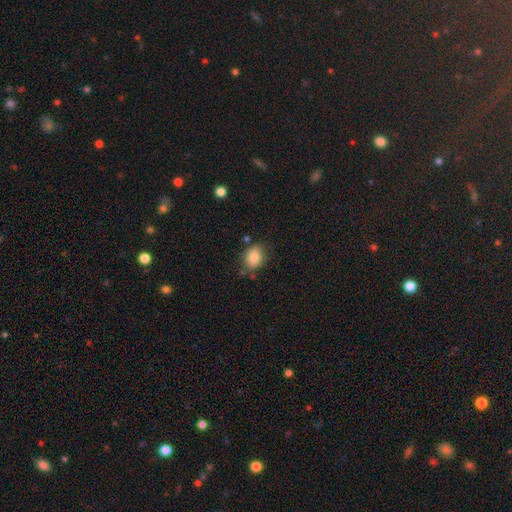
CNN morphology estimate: smooth-or-featured: smooth: 80% | star or artifact: 11% | featured or disk: 9%
  how-rounded: in between: 52% | round: 47% | cigar-shaped: 1%
  merging: none: 76% | minor disturbance: 17% | major disturbance: 4% | merger: 3%